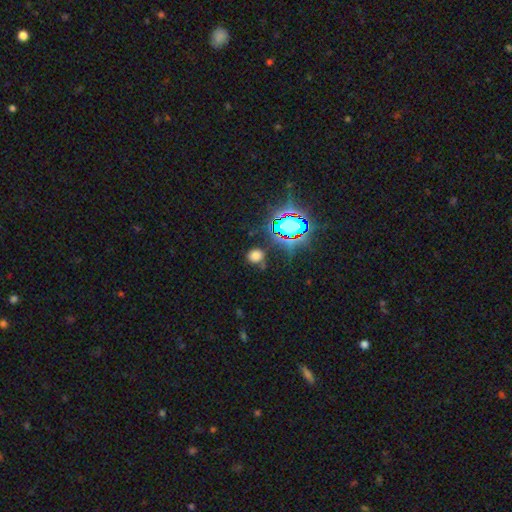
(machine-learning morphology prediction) smooth-or-featured: smooth: 63% | star or artifact: 30% | featured or disk: 7%
  how-rounded: round: 80% | in between: 18% | cigar-shaped: 1%
  merging: none: 76% | minor disturbance: 14% | major disturbance: 6% | merger: 5%